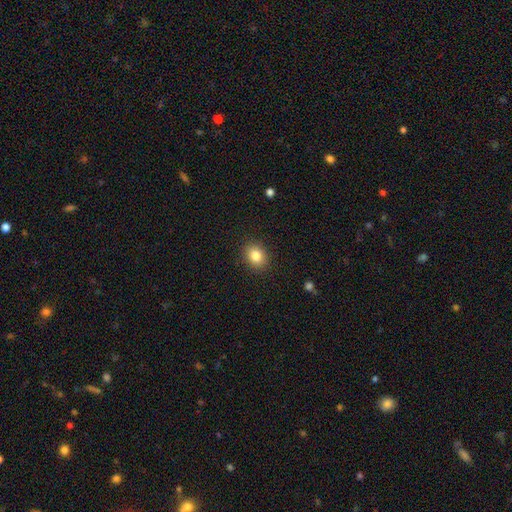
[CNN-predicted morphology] type=smooth (84%); roundness=round (57%); merging=none (89%).